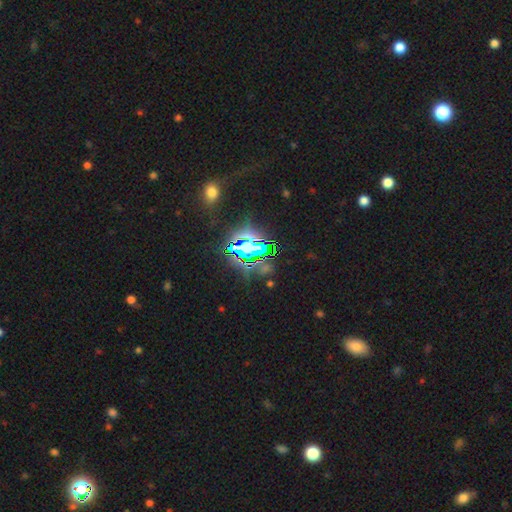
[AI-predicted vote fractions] Smooth or featured?
  - star or artifact: 81% *
  - smooth: 11%
  - featured or disk: 8%